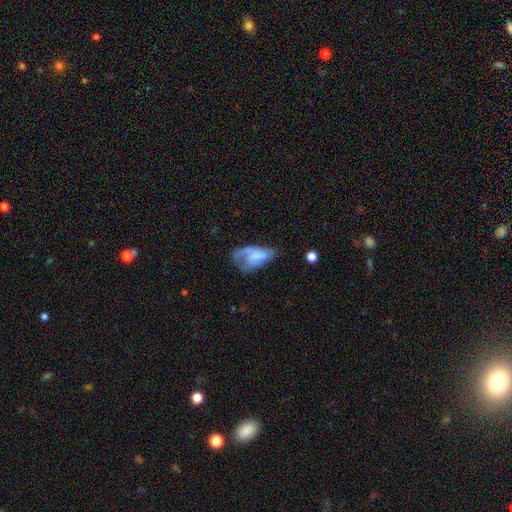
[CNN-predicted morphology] smooth 52%, featured or disk 40%, star or artifact 8%. Down the decision tree: how rounded — in between (91%); merging — major disturbance (38%).